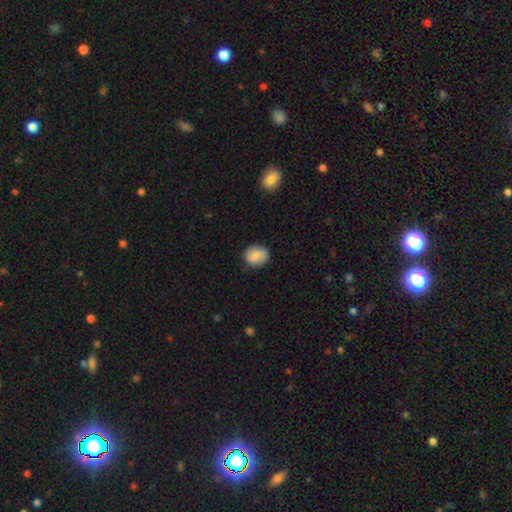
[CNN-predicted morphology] This is likely a smooth galaxy (72%). How rounded: likely round (77%). Merging: clearly none (84%).